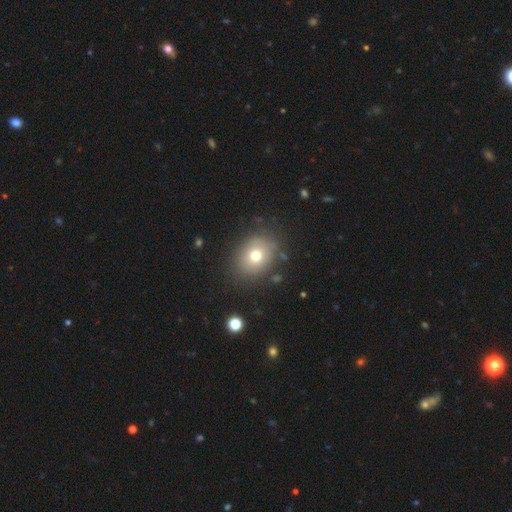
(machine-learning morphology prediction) A smooth galaxy with no disk features (72%) that is round (56%). Merging: none (82%).